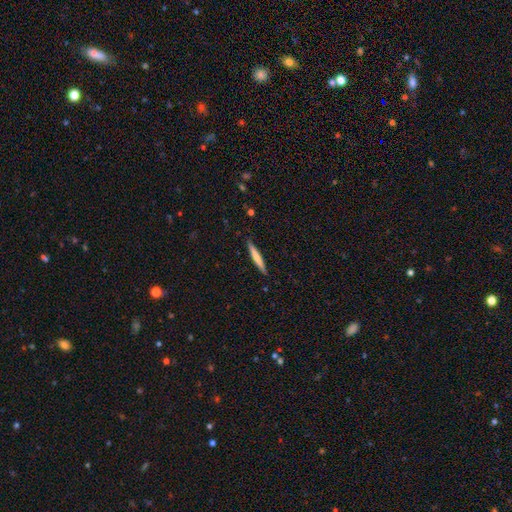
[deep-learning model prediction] Morphology: type=smooth (63%); roundness=cigar-shaped (95%); merging=none (90%).